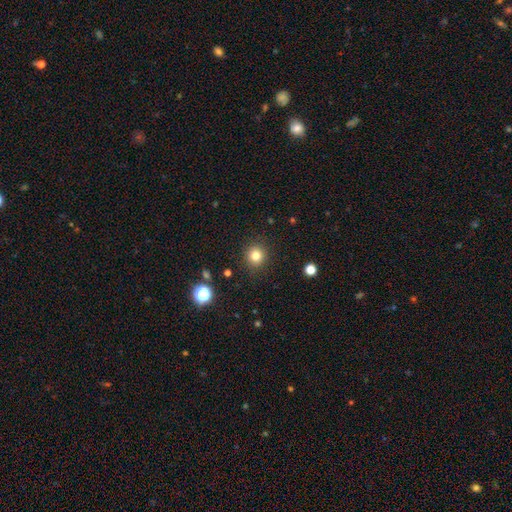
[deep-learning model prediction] Smooth or featured? Predicted: smooth (p=0.80). How rounded? Predicted: round (p=0.92). Merging? Predicted: none (p=0.90).